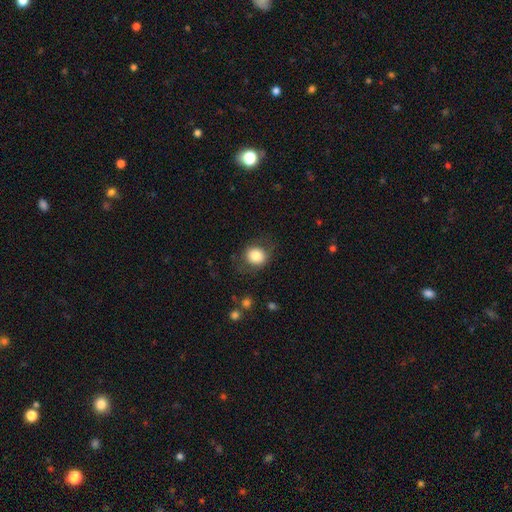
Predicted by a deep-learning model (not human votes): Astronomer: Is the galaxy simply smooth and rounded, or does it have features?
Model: smooth — 80%.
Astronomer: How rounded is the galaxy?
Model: round — 73%.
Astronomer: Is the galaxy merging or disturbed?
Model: none — 76%.